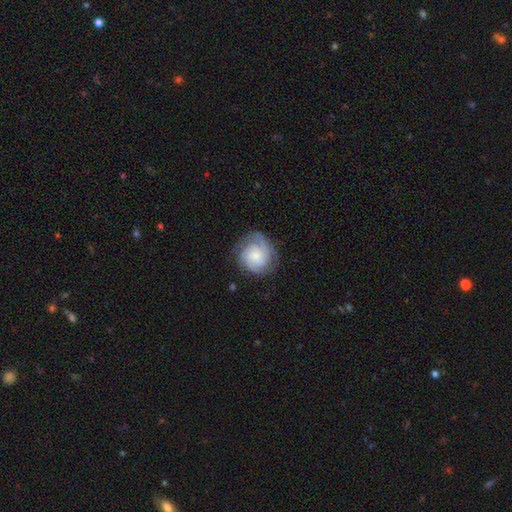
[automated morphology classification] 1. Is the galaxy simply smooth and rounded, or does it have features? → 67% featured or disk, 26% smooth, 7% star or artifact.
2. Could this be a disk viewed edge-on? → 98% no, 2% yes.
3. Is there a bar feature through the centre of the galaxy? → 73% no, 24% weak, 3% strong.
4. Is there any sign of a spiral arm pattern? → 93% yes, 7% no.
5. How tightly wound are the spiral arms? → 57% tight, 33% medium, 10% loose.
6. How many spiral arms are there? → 29% can't tell, 26% 3, 25% 2, 7% 1, 7% 4, 5% more than 4.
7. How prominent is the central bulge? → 44% small, 33% moderate, 11% none, 10% large, 2% dominant.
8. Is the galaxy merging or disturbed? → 72% none, 18% minor disturbance, 9% major disturbance, 1% merger.